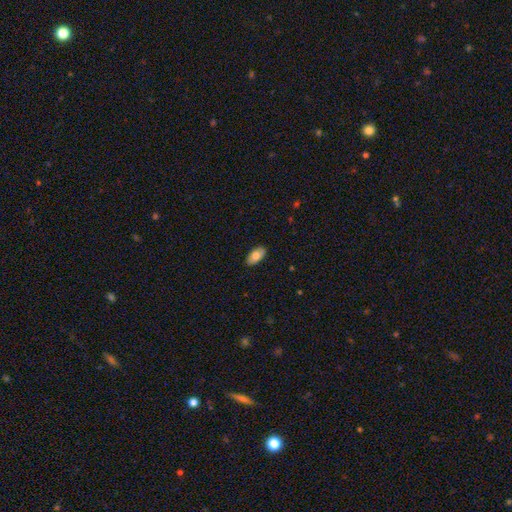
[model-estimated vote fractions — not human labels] This appears to be a smooth galaxy with no disk features (79%) that is in between round and cigar-shaped (93%). Merging: none (87%).